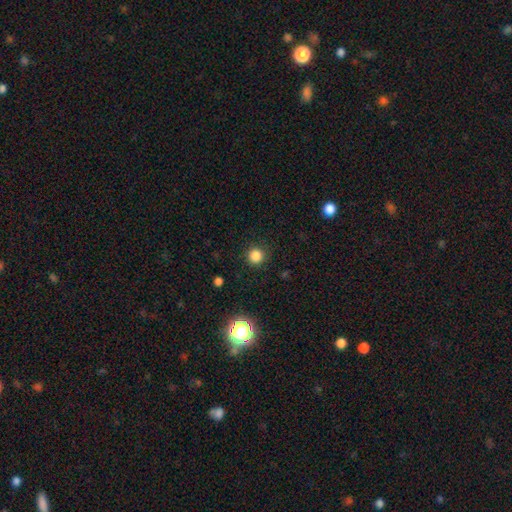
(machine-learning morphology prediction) smooth-or-featured: smooth: 83% | star or artifact: 14% | featured or disk: 4%
  how-rounded: round: 94% | in between: 5% | cigar-shaped: 1%
  merging: none: 89% | minor disturbance: 7% | major disturbance: 3% | merger: 1%